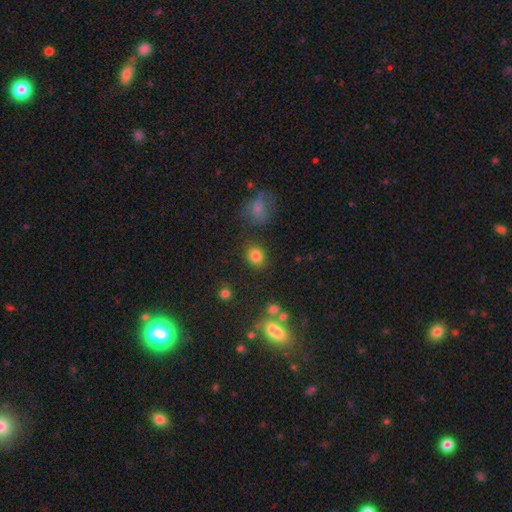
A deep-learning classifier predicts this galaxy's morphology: A smooth galaxy with no disk features (83%) that is round (60%). Merging: none (81%).